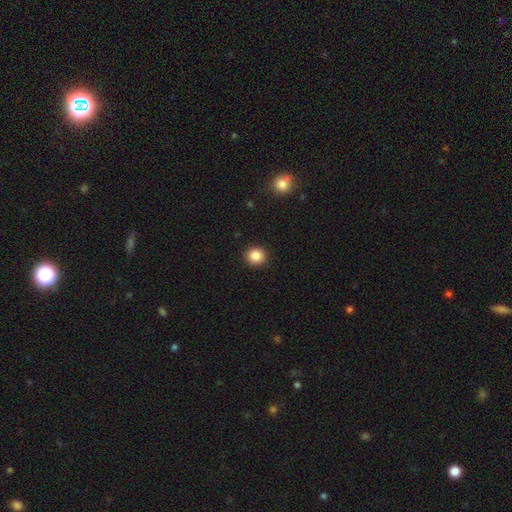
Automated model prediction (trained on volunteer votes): smooth 86%, star or artifact 10%, featured or disk 4%. Down the decision tree: how rounded — round (90%); merging — none (92%).